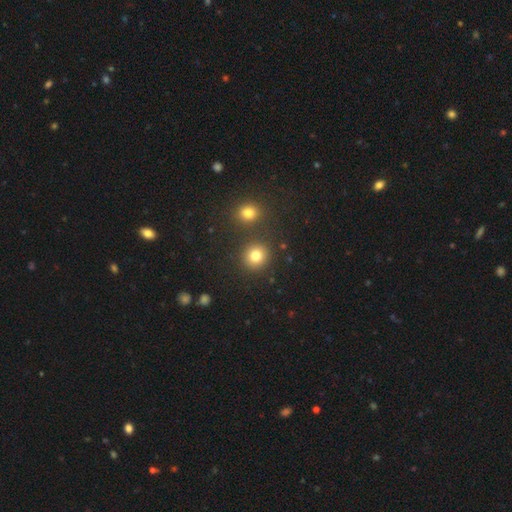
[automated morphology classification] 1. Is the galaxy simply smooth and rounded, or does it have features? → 81% smooth, 13% star or artifact, 6% featured or disk.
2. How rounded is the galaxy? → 90% round, 9% in between, 1% cigar-shaped.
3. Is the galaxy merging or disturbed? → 84% none, 7% merger, 6% minor disturbance, 3% major disturbance.